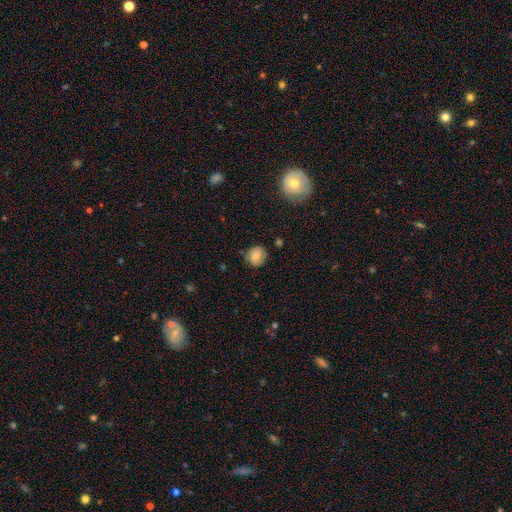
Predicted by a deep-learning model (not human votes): Q: Smooth or featured?
A: smooth (80%); runner-up: featured or disk (11%)
Q: How rounded?
A: round (83%); runner-up: in between (16%)
Q: Merging?
A: none (80%); runner-up: minor disturbance (15%)